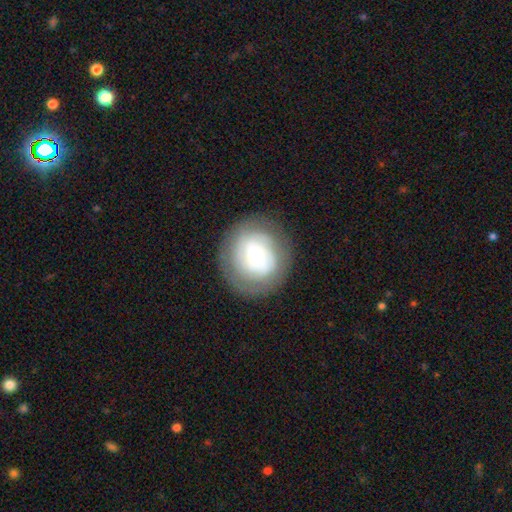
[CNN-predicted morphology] type=featured or disk (60%); edge-on=no (97%); bar=no (76%); spiral arms=yes (68%); bulge=moderate (65%); merging=none (81%).